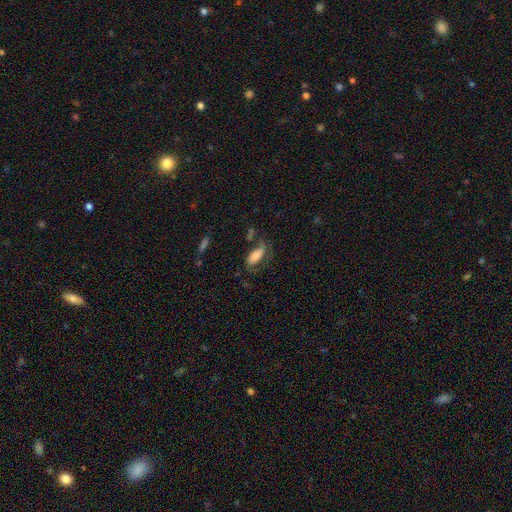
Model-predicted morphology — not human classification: This appears to be a smooth galaxy with no disk features (58%) that is in between round and cigar-shaped (82%). Merging: none (42%).